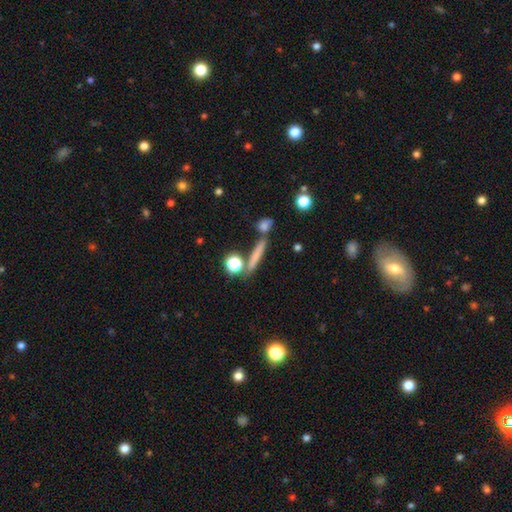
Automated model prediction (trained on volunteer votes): Q: Smooth or featured?
A: smooth (62%); runner-up: featured or disk (26%)
Q: How rounded?
A: cigar-shaped (79%); runner-up: round (11%)
Q: Merging?
A: none (72%); runner-up: merger (13%)